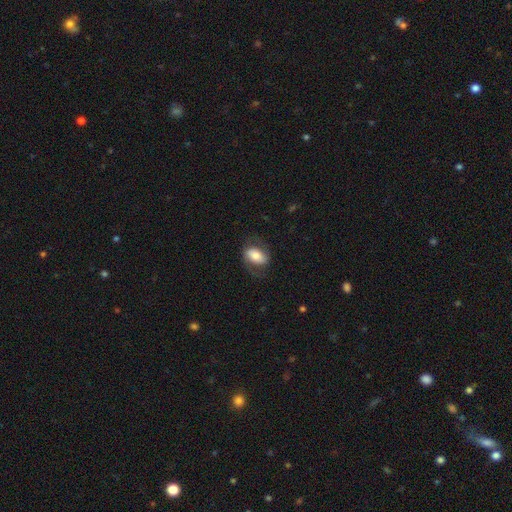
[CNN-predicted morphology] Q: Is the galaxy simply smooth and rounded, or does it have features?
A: smooth — 54%.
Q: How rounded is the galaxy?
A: in between — 86%.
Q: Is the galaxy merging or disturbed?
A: none — 68%.